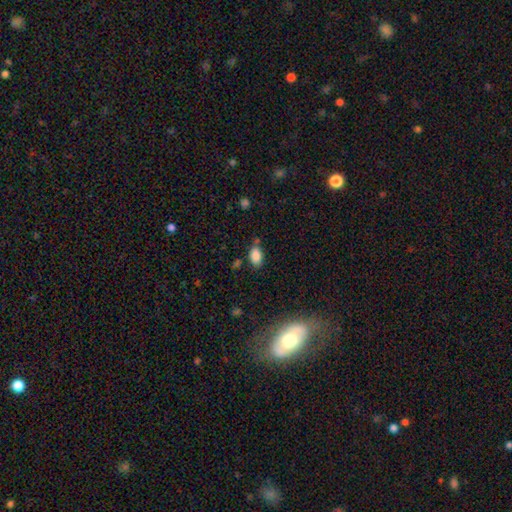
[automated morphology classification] Smooth or featured? smooth (85%)
How rounded? in between (91%)
Merging? none (72%)